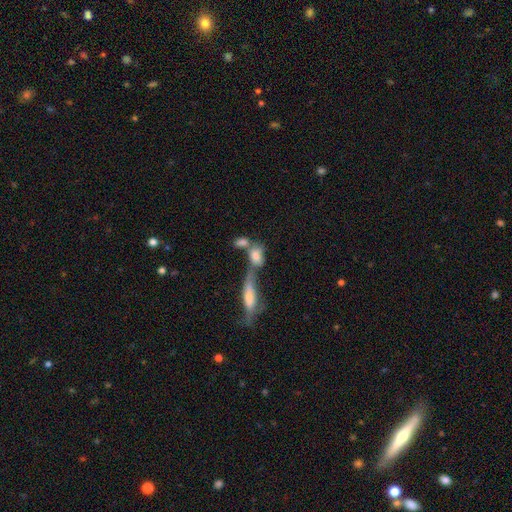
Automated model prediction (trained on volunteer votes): This is likely a smooth galaxy (71%). How rounded: likely in between (71%). Merging: possibly merger (58%).